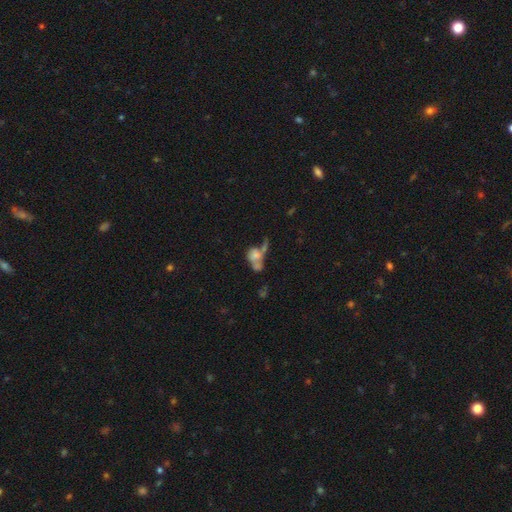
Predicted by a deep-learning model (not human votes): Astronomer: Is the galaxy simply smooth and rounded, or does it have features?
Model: smooth — 58%.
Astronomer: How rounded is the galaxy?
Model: in between — 53% (runner-up: round, 43%).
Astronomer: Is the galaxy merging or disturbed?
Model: merger — 54%.